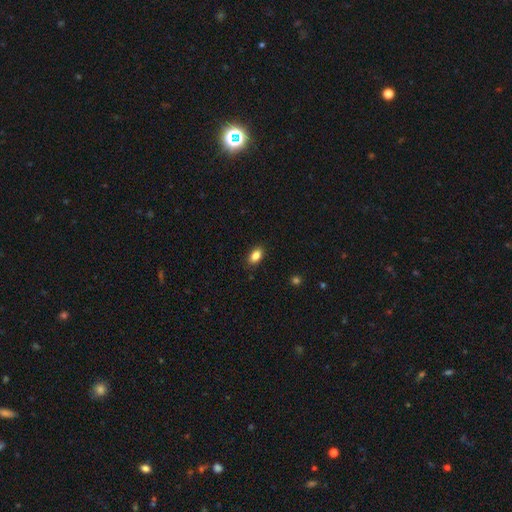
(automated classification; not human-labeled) Smooth or featured?
  - smooth: 86% *
  - star or artifact: 9%
  - featured or disk: 5%
How rounded?
  - in between: 89% *
  - round: 9%
  - cigar-shaped: 3%
Merging?
  - none: 87% *
  - minor disturbance: 9%
  - major disturbance: 2%
  - merger: 1%